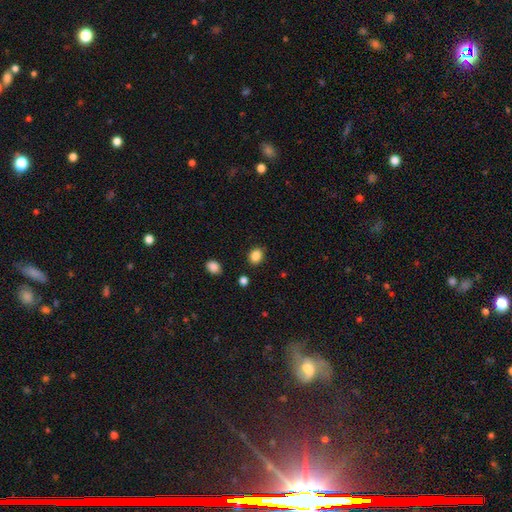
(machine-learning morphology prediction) Overall: smooth (86%). How rounded: round (50%; in between 49%). Merging: none (85%).